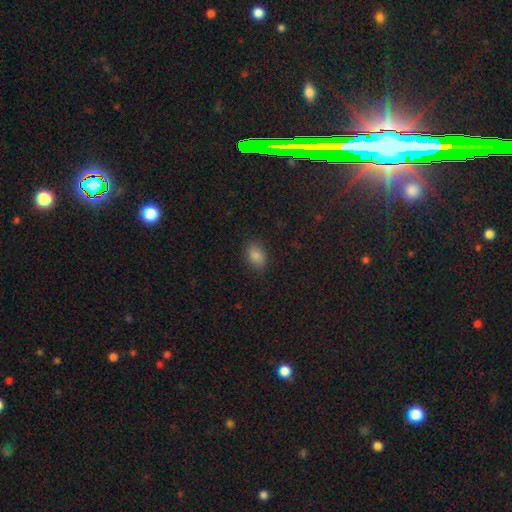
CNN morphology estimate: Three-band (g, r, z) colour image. It shows a smooth galaxy with no disk features (83%) that is in between round and cigar-shaped (75%). Merging: none (85%).